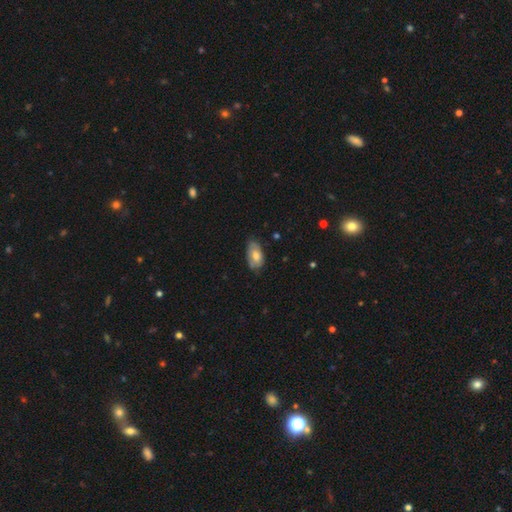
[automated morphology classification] The model was most divided on "merging": none: 63%, minor disturbance: 30%, major disturbance: 5%, merger: 1%. More confident: how rounded — in between (93%); smooth or featured — smooth (73%).